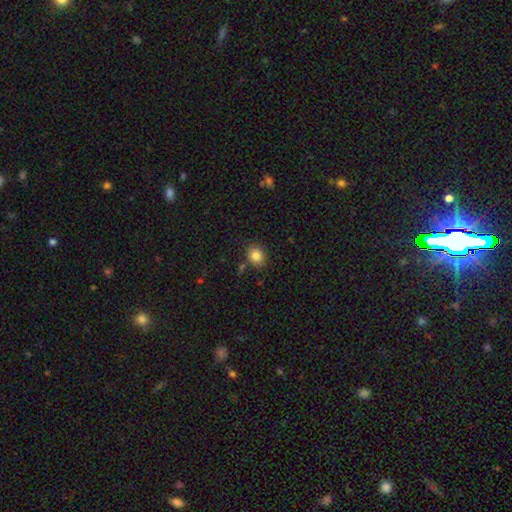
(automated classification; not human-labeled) smooth 85%, star or artifact 10%, featured or disk 5%. Down the decision tree: how rounded — round (55%); merging — none (81%).